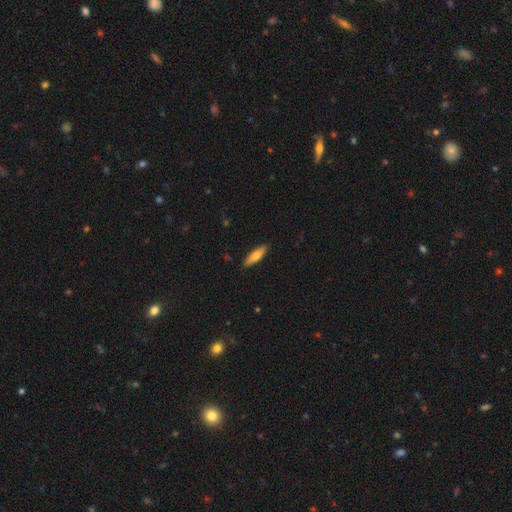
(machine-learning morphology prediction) A smooth galaxy with no disk features (63%) that is cigar-shaped (65%). Merging: none (89%).